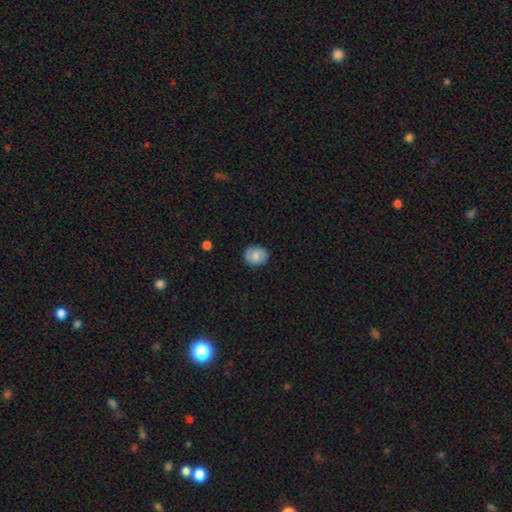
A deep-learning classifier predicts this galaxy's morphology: Smooth or featured?
  - smooth: 64% *
  - featured or disk: 28%
  - star or artifact: 8%
How rounded?
  - round: 71% *
  - in between: 28%
  - cigar-shaped: 1%
Merging?
  - none: 83% *
  - minor disturbance: 13%
  - major disturbance: 3%
  - merger: 1%